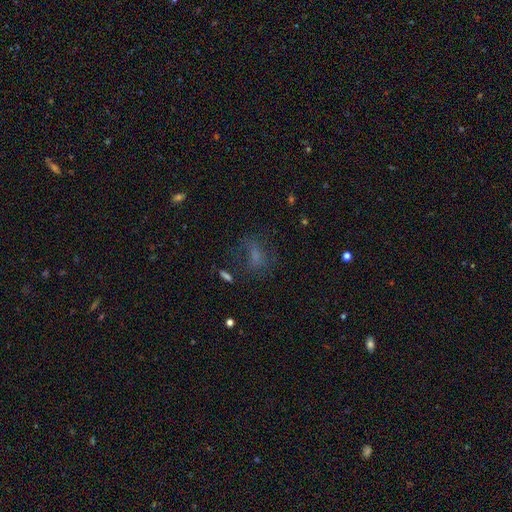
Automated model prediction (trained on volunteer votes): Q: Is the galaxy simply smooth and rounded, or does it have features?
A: smooth — 47%.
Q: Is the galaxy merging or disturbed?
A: none — 50%.